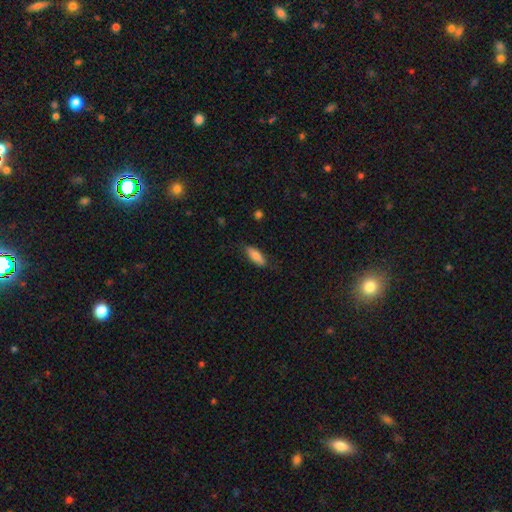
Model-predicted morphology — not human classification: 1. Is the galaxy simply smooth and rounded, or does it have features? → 80% smooth, 14% featured or disk, 6% star or artifact.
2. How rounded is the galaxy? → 69% in between, 29% cigar-shaped, 2% round.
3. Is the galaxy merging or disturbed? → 80% none, 16% minor disturbance, 3% major disturbance, 1% merger.